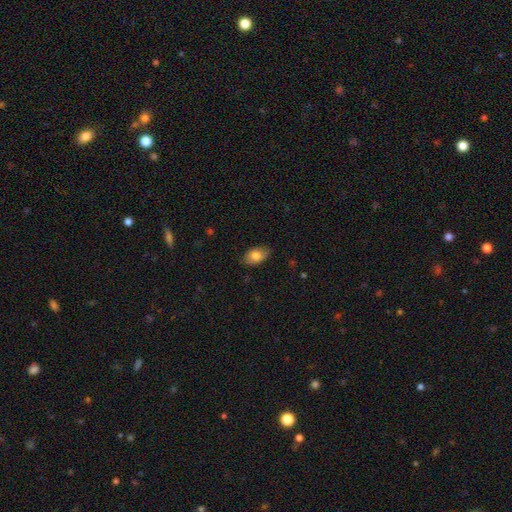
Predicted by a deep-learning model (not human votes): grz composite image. It shows a smooth galaxy with no disk features (81%) that is in between round and cigar-shaped (90%). Merging: none (79%).